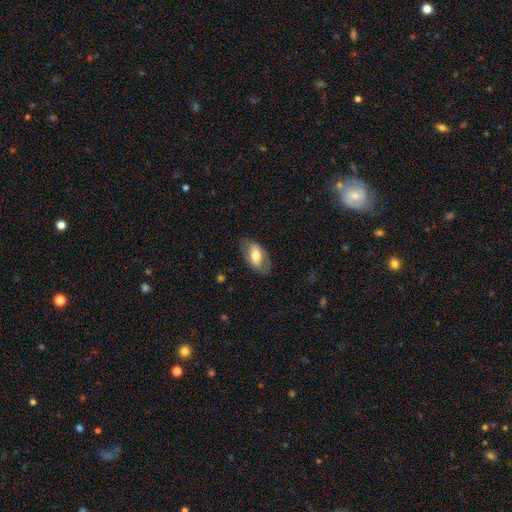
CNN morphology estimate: This is likely a smooth galaxy (60%). How rounded: clearly in between (92%). Merging: likely none (73%).